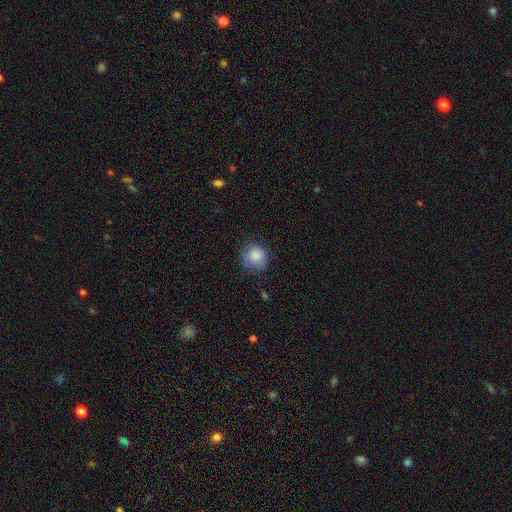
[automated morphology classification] smooth-or-featured: smooth: 84% | star or artifact: 9% | featured or disk: 7%
  how-rounded: round: 82% | in between: 17% | cigar-shaped: 1%
  merging: none: 70% | minor disturbance: 23% | major disturbance: 6% | merger: 1%